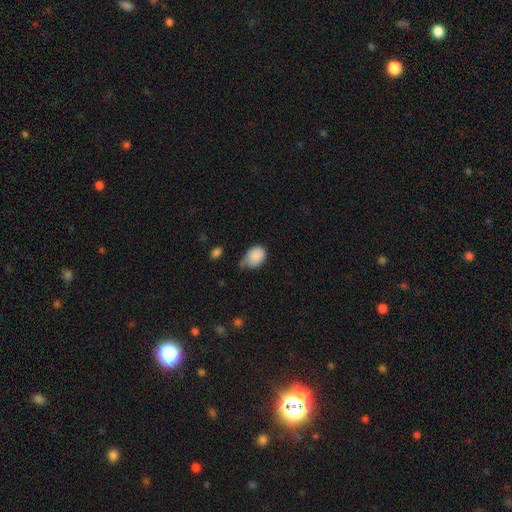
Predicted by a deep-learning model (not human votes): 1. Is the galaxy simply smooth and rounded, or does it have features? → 86% smooth, 8% star or artifact, 6% featured or disk.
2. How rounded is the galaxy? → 68% in between, 31% round, 1% cigar-shaped.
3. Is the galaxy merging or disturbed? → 47% minor disturbance, 34% none, 14% major disturbance, 5% merger.